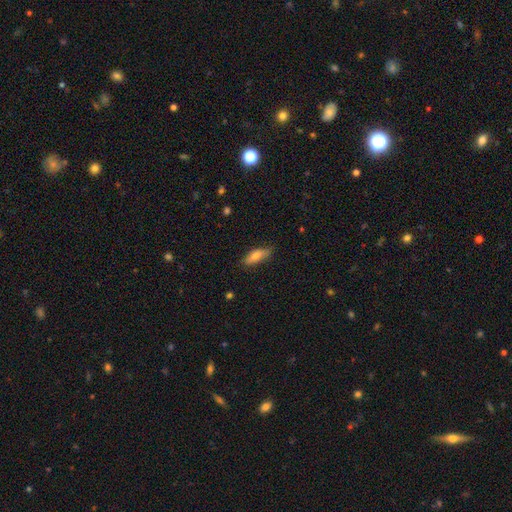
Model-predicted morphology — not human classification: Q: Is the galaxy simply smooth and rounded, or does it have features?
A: smooth — 68%.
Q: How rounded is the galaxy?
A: in between — 51%.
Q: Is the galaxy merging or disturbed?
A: none — 80%.